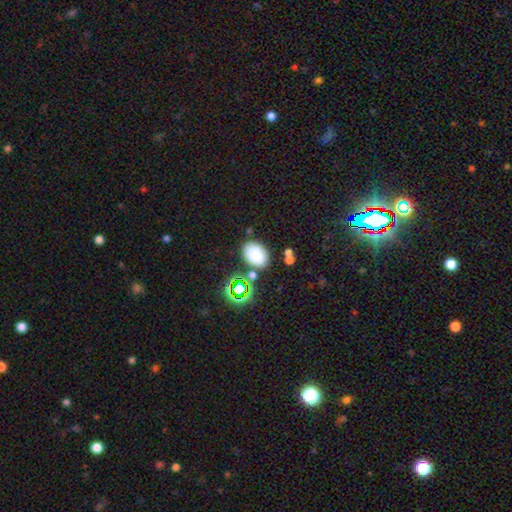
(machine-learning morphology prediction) A smooth galaxy with no disk features (75%) that is in between round and cigar-shaped (77%). Merging: none (71%).